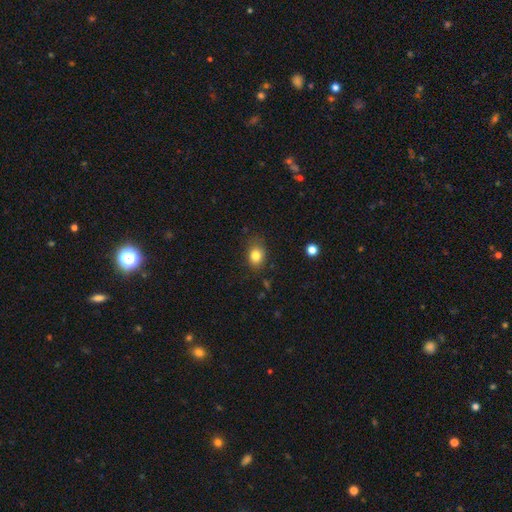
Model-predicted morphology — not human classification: smooth 83%, star or artifact 10%, featured or disk 7%. Down the decision tree: how rounded — in between (58%); merging — none (77%).